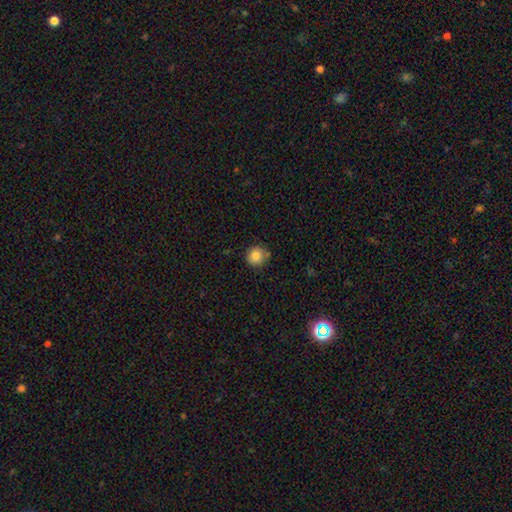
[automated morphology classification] smooth-or-featured: smooth: 83% | star or artifact: 10% | featured or disk: 7%
  how-rounded: round: 92% | in between: 7% | cigar-shaped: 1%
  merging: none: 83% | minor disturbance: 11% | merger: 4% | major disturbance: 2%